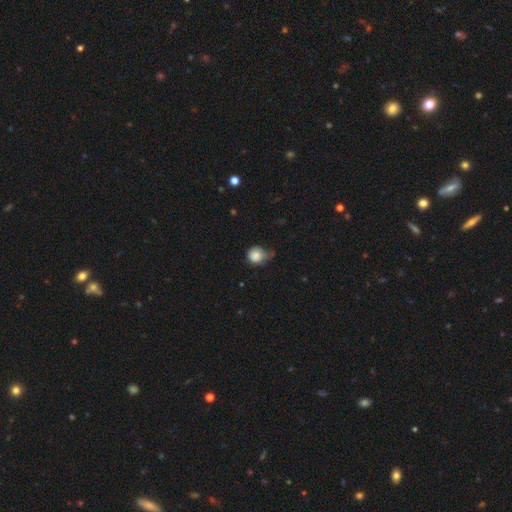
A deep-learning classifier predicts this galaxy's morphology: Overall: smooth (84%). How rounded: round (84%). Merging: minor disturbance (41%; none 38%).